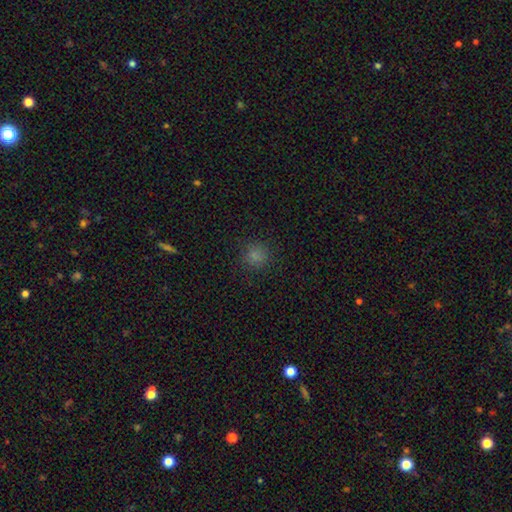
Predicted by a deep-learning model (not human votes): This appears to be a smooth galaxy with no disk features (78%) that is round (90%). Merging: none (86%).